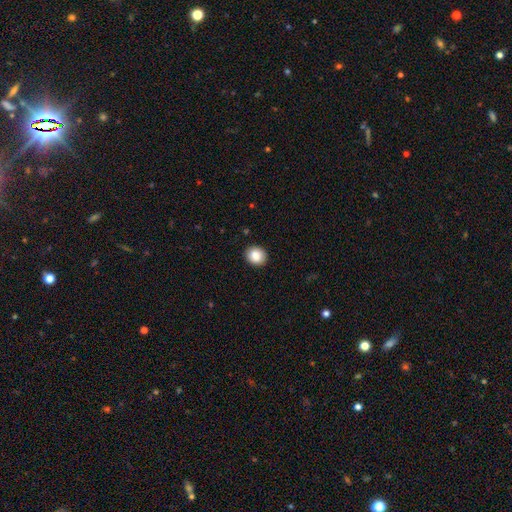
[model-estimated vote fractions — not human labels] This appears to be a smooth galaxy with no disk features (88%) that is round (75%). Merging: none (91%).